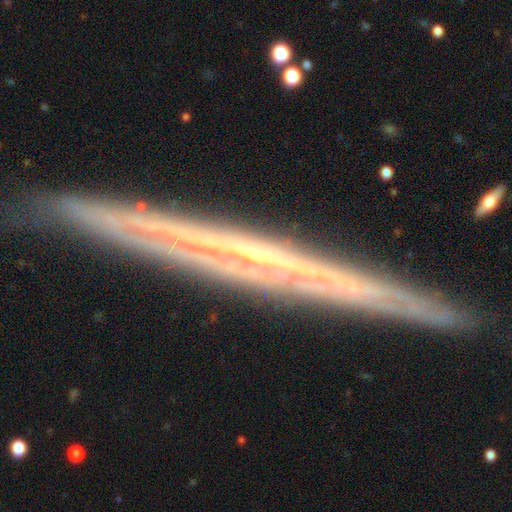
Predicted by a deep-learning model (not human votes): Smooth or featured?
  - featured or disk: 77% *
  - smooth: 12%
  - star or artifact: 10%
Edge-on disk?
  - yes: 94% *
  - no: 6%
Edge-on bulge?
  - none: 73% *
  - rounded: 18%
  - boxy: 9%
Merging?
  - none: 86% *
  - minor disturbance: 10%
  - major disturbance: 2%
  - merger: 2%